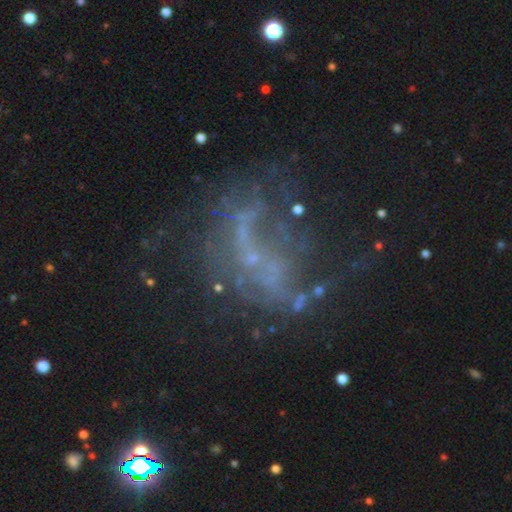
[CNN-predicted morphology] Smooth or featured? Predicted: featured or disk (p=0.51). Edge-on disk? Predicted: no (p=0.94). Merging? Predicted: none (p=0.39).